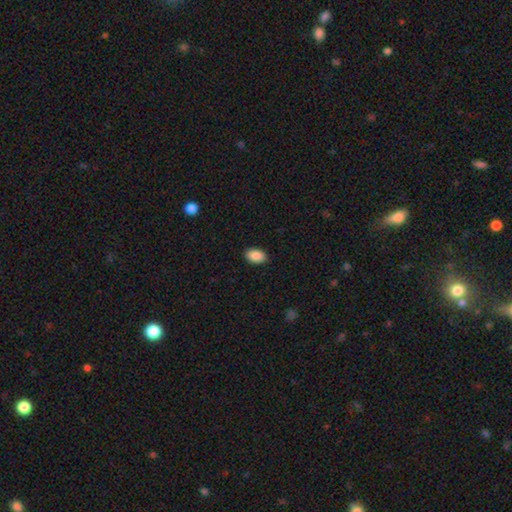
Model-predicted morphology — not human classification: Q: Smooth or featured?
A: smooth (90%); runner-up: star or artifact (7%)
Q: How rounded?
A: in between (92%); runner-up: round (7%)
Q: Merging?
A: none (90%); runner-up: minor disturbance (7%)